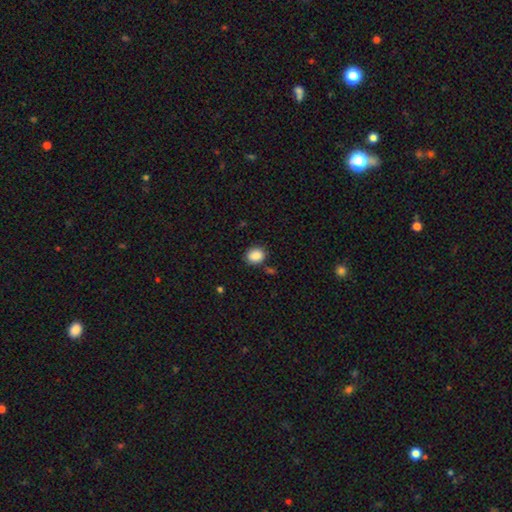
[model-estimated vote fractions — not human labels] This is clearly a smooth galaxy (88%). How rounded: possibly round (59%). Merging: clearly none (81%).